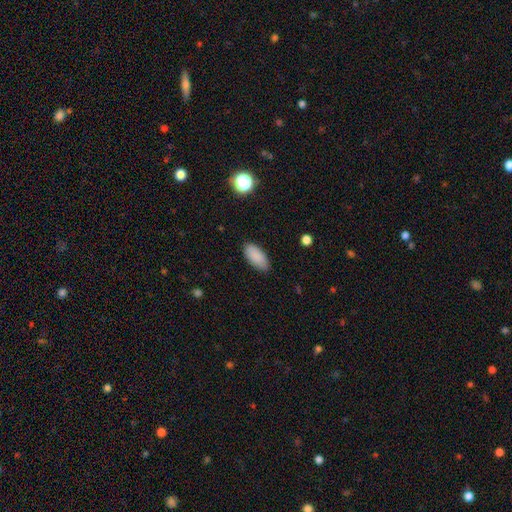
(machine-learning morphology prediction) Smooth or featured?
  - smooth: 89% *
  - star or artifact: 7%
  - featured or disk: 4%
How rounded?
  - in between: 91% *
  - cigar-shaped: 7%
  - round: 2%
Merging?
  - none: 85% *
  - minor disturbance: 11%
  - major disturbance: 2%
  - merger: 1%